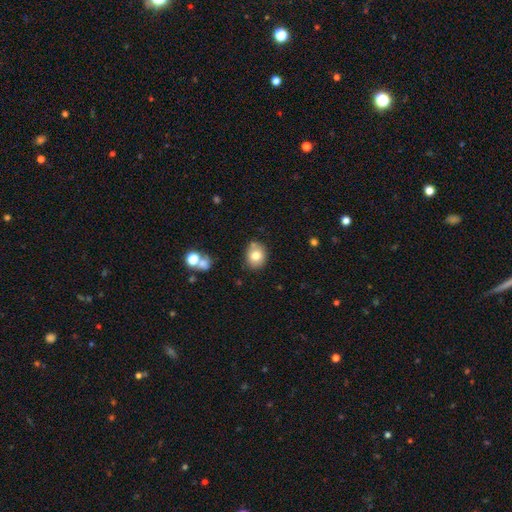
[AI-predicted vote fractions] A smooth galaxy with no disk features (78%) that is round (60%). Merging: none (75%).